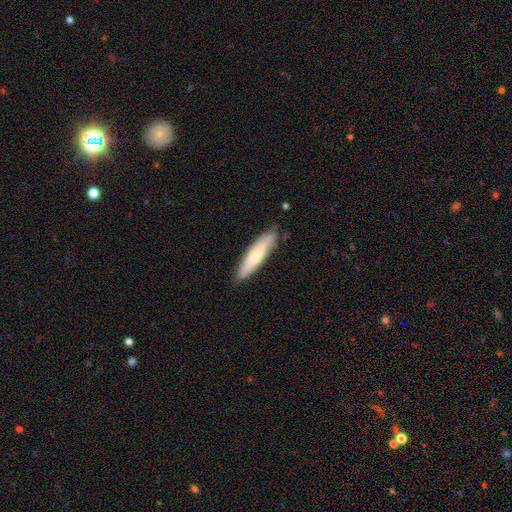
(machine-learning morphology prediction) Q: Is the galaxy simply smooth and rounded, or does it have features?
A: smooth — 67%.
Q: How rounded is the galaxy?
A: cigar-shaped — 77%.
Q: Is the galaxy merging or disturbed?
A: none — 81%.